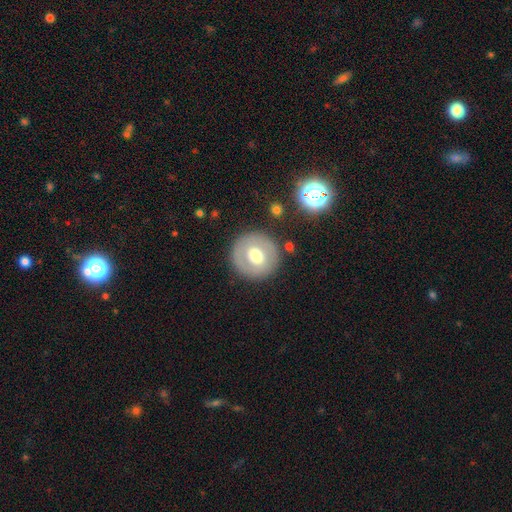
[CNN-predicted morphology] Smooth or featured? Predicted: smooth (p=0.55). How rounded? Predicted: round (p=0.93). Merging? Predicted: none (p=0.86).